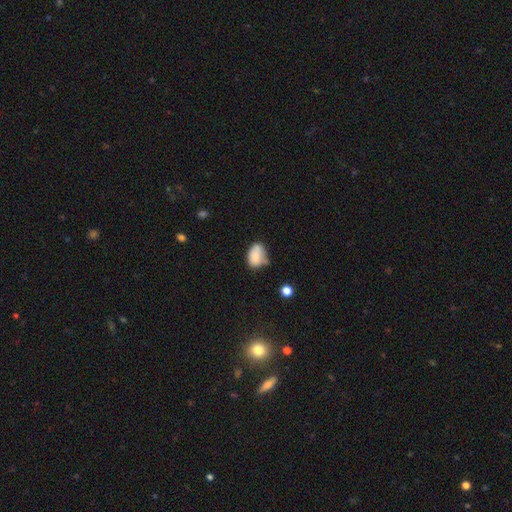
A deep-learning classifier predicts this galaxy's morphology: smooth_or_featured: smooth (p=0.81) [alt: featured or disk p=0.11]
how_rounded: in between (p=0.81) [alt: round p=0.18]
merging: none (p=0.46) [alt: minor disturbance p=0.33]